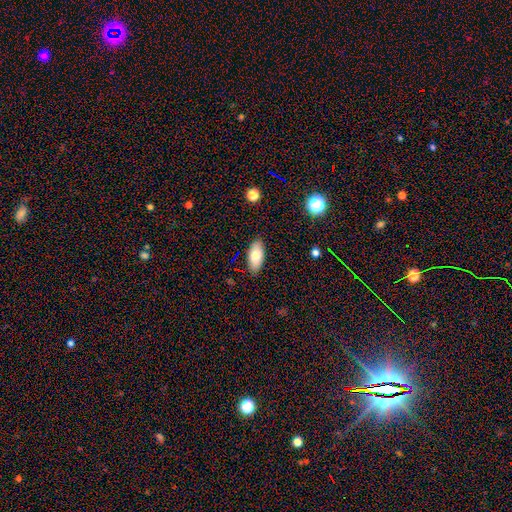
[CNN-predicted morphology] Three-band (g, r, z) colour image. It shows a smooth galaxy with no disk features (77%) that is in between round and cigar-shaped (90%). Merging: none (86%).